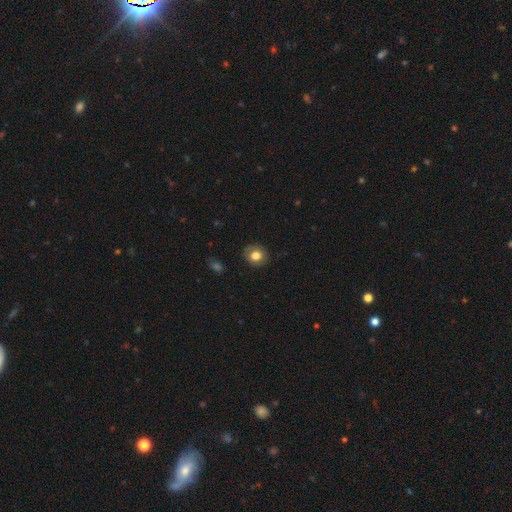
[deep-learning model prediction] This appears to be a smooth galaxy with no disk features (78%) that is round (77%). Merging: none (86%).